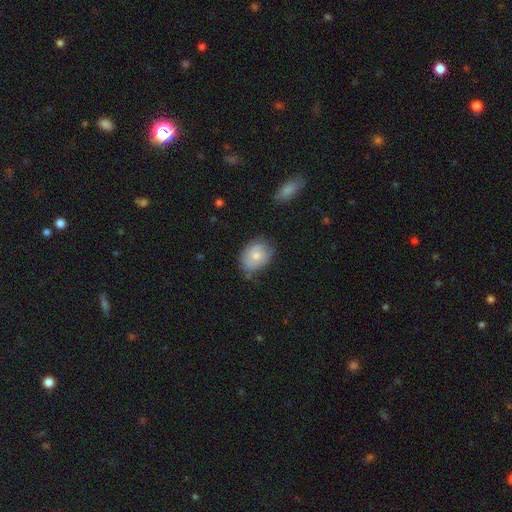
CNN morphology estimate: smooth_or_featured: smooth (p=0.65) [alt: featured or disk p=0.28]
how_rounded: in between (p=0.60) [alt: round p=0.39]
merging: none (p=0.62) [alt: minor disturbance p=0.28]